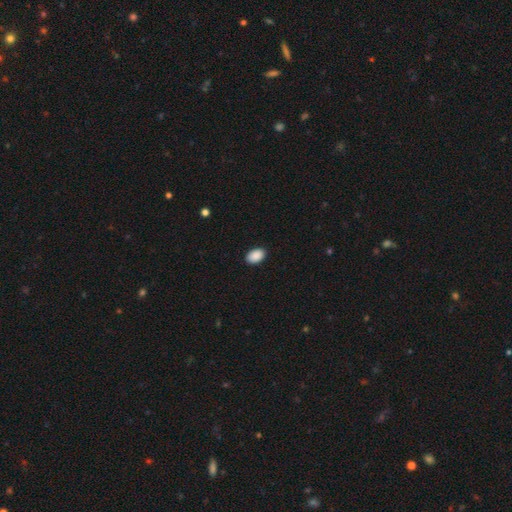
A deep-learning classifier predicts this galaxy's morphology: This is clearly a smooth galaxy (91%). How rounded: clearly in between (89%). Merging: clearly none (90%).